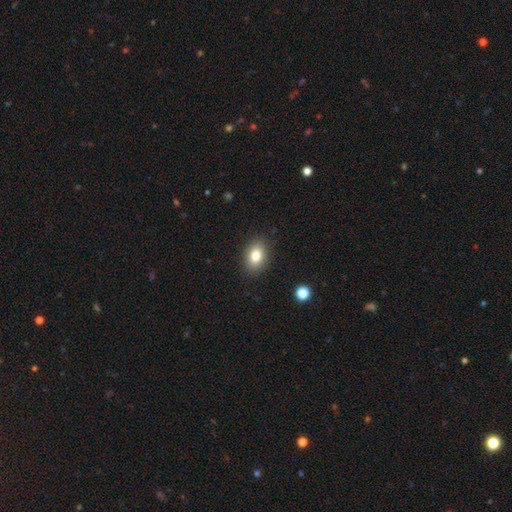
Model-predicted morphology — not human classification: Smooth or featured: smooth — 80% (featured or disk — 10%)
How rounded: in between — 76% (round — 23%)
Merging: none — 87% (minor disturbance — 9%)